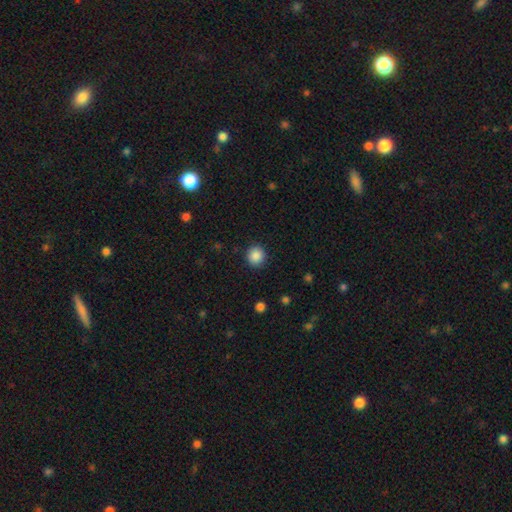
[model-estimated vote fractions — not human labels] Overall: smooth (87%). How rounded: round (91%). Merging: none (90%).